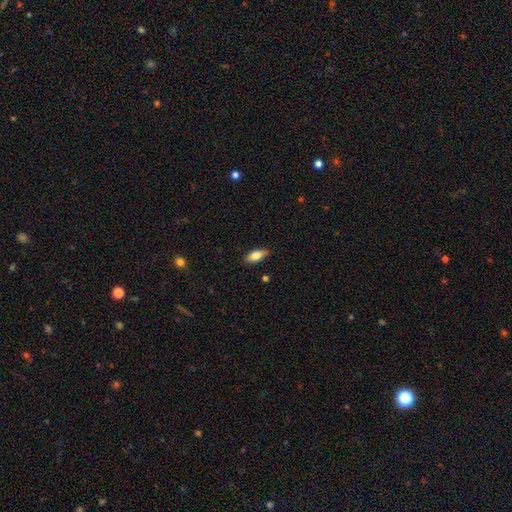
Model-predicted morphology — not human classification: Smooth or featured?
  - smooth: 79% *
  - featured or disk: 14%
  - star or artifact: 7%
How rounded?
  - in between: 83% *
  - cigar-shaped: 14%
  - round: 3%
Merging?
  - none: 85% *
  - minor disturbance: 12%
  - major disturbance: 2%
  - merger: 1%